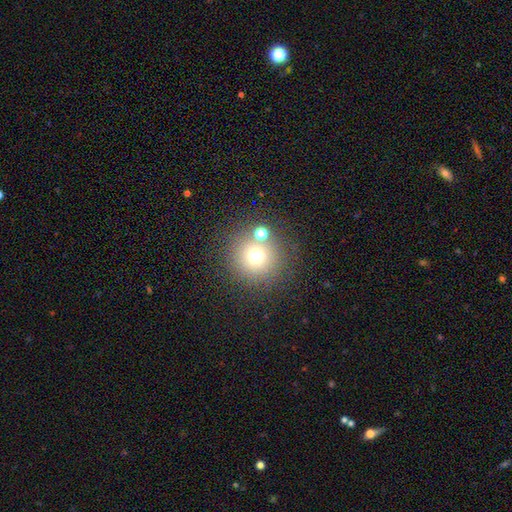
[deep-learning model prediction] Smooth or featured? Predicted: smooth (p=0.68). How rounded? Predicted: round (p=0.95). Merging? Predicted: none (p=0.76).